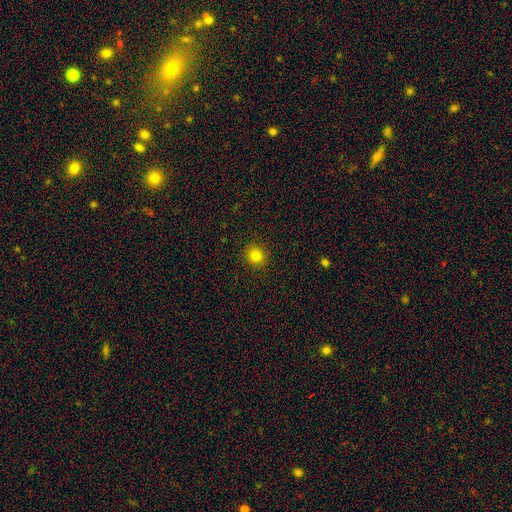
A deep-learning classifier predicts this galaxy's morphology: smooth-or-featured: smooth: 82% | star or artifact: 13% | featured or disk: 5%
  how-rounded: round: 90% | in between: 9% | cigar-shaped: 1%
  merging: none: 91% | minor disturbance: 6% | major disturbance: 2% | merger: 1%